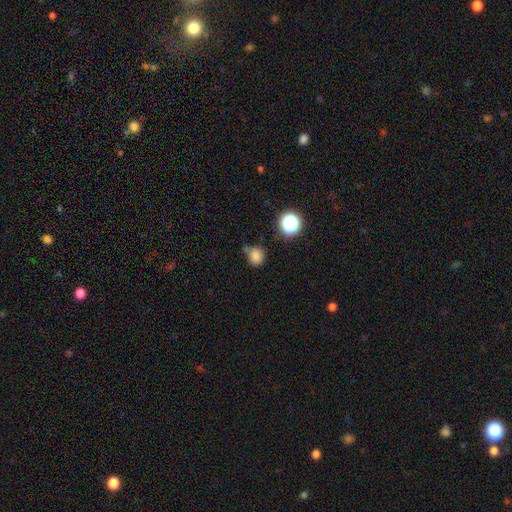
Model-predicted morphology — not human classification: smooth_or_featured: smooth (p=0.81) [alt: star or artifact p=0.14]
how_rounded: round (p=0.75) [alt: in between p=0.23]
merging: none (p=0.65) [alt: minor disturbance p=0.21]